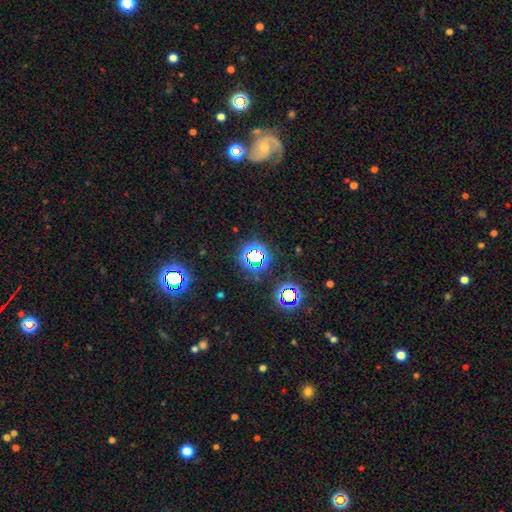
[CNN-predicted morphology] Smooth or featured?
  - star or artifact: 66% *
  - smooth: 24%
  - featured or disk: 10%